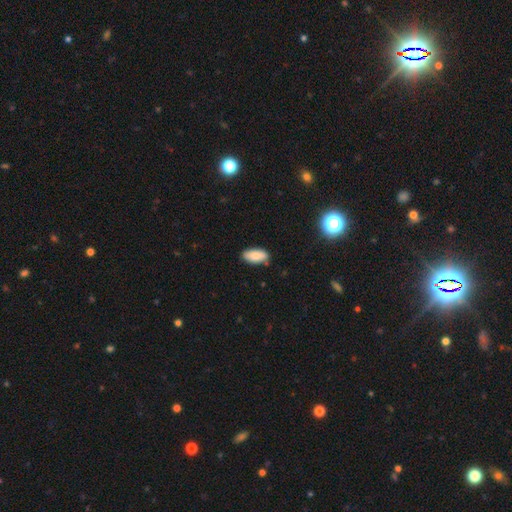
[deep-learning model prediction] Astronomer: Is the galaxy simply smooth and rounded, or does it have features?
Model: smooth — 85%.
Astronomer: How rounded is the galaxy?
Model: in between — 90%.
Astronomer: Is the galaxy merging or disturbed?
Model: none — 82%.